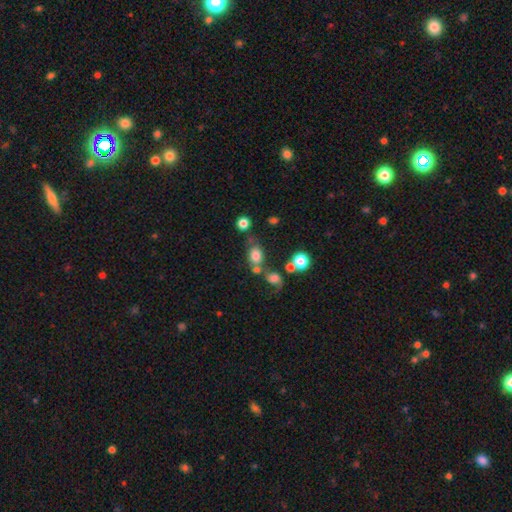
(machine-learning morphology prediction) Smooth or featured? Predicted: smooth (p=0.75). How rounded? Predicted: in between (p=0.58). Merging? Predicted: none (p=0.47).